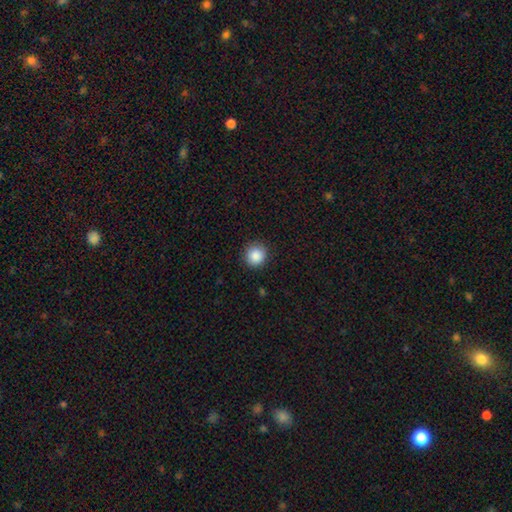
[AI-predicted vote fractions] Q: Smooth or featured?
A: smooth (88%); runner-up: star or artifact (9%)
Q: How rounded?
A: round (93%); runner-up: in between (6%)
Q: Merging?
A: none (90%); runner-up: minor disturbance (7%)